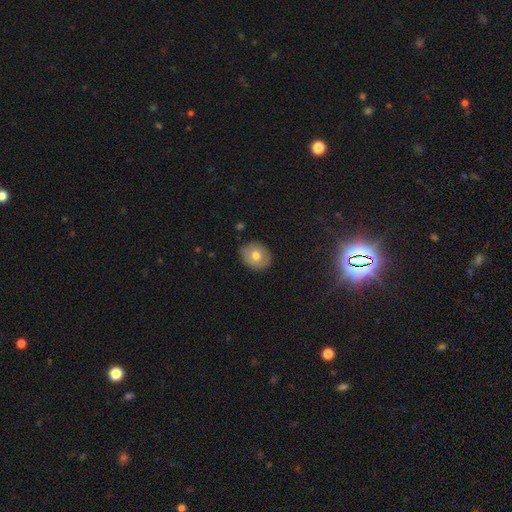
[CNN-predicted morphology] smooth-or-featured: smooth: 67% | featured or disk: 25% | star or artifact: 8%
  how-rounded: round: 67% | in between: 32% | cigar-shaped: 1%
  merging: none: 86% | minor disturbance: 11% | major disturbance: 2% | merger: 1%